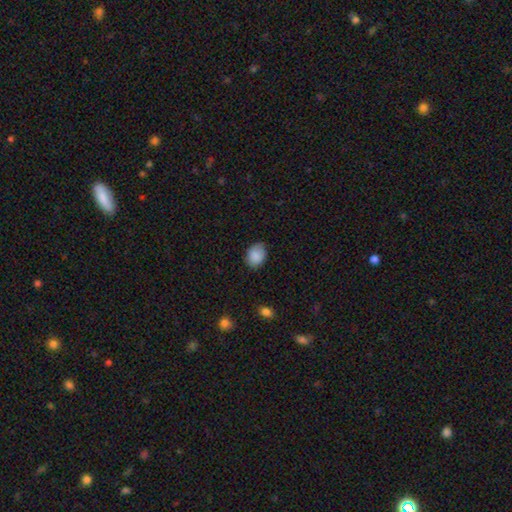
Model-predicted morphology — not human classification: This appears to be a smooth galaxy with no disk features (87%) that is in between round and cigar-shaped (61%). Merging: none (78%).